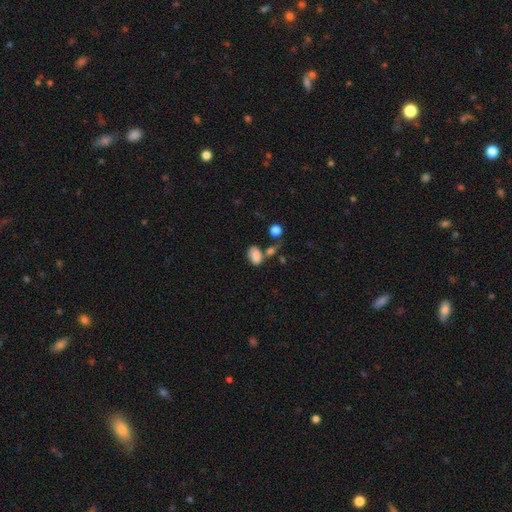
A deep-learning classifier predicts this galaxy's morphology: Overall: smooth (83%). How rounded: in between (86%). Merging: none (48%; merger 23%).